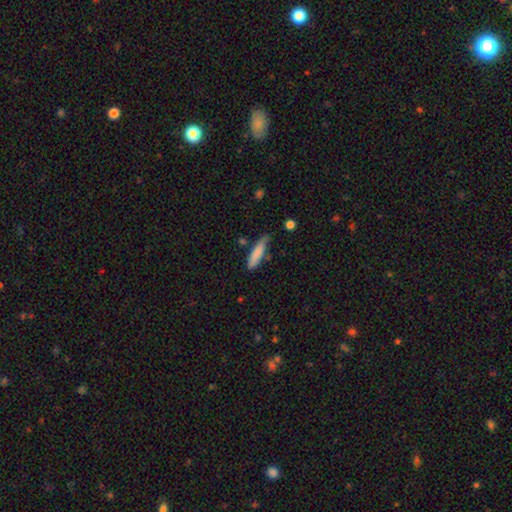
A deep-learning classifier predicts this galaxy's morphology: Overall: smooth (81%). How rounded: cigar-shaped (78%). Merging: none (63%; minor disturbance 27%).